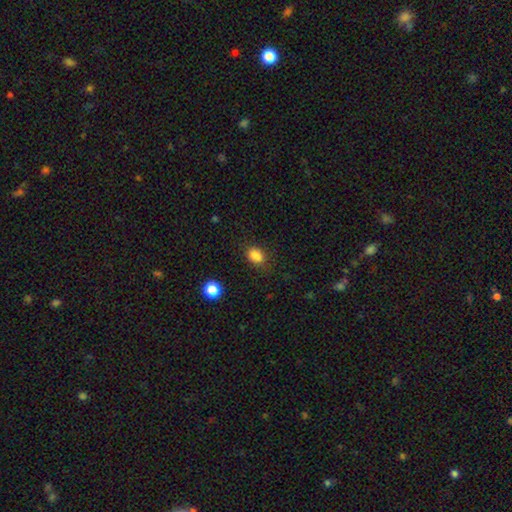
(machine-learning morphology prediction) This is clearly a smooth galaxy (84%). How rounded: likely in between (67%). Merging: likely none (73%).